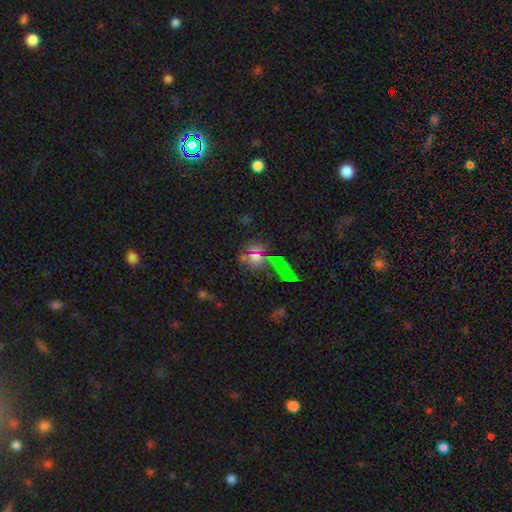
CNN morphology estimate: This appears to be a star or artifact, not a galaxy (42%).